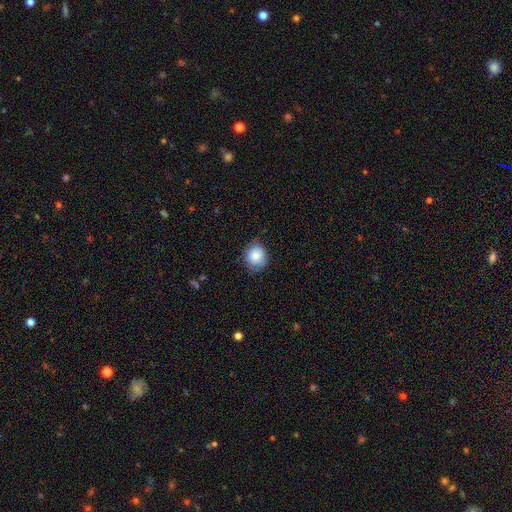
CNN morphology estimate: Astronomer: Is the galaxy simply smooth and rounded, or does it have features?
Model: smooth — 83%.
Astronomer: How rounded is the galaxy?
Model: round — 78%.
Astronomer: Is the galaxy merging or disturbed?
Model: none — 76%.